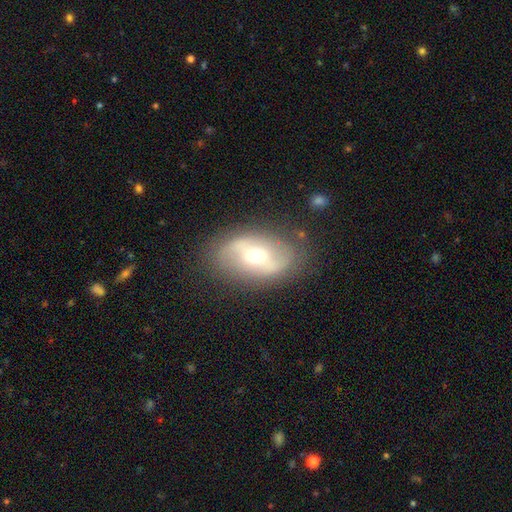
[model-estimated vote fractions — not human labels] Q: Smooth or featured?
A: featured or disk (68%); runner-up: smooth (25%)
Q: Edge-on disk?
A: no (93%); runner-up: yes (7%)
Q: Bar?
A: weak (42%); runner-up: strong (30%)
Q: Spiral arms?
A: yes (74%); runner-up: no (26%)
Q: Bulge size?
A: moderate (65%); runner-up: small (23%)
Q: Merging?
A: none (79%); runner-up: minor disturbance (14%)